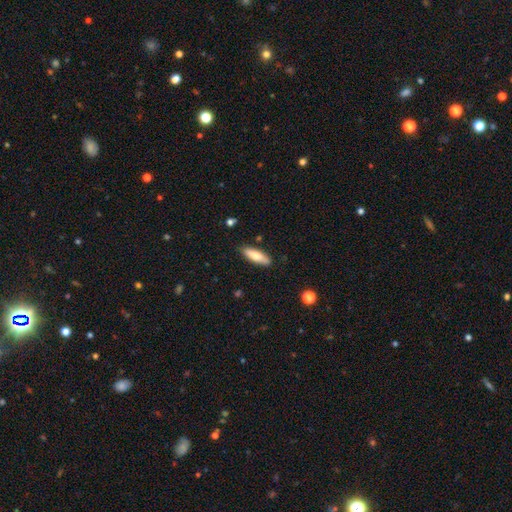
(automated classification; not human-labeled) smooth_or_featured: smooth (p=0.77) [alt: featured or disk p=0.17]
how_rounded: cigar-shaped (p=0.50) [alt: in between p=0.48]
merging: none (p=0.85) [alt: minor disturbance p=0.11]